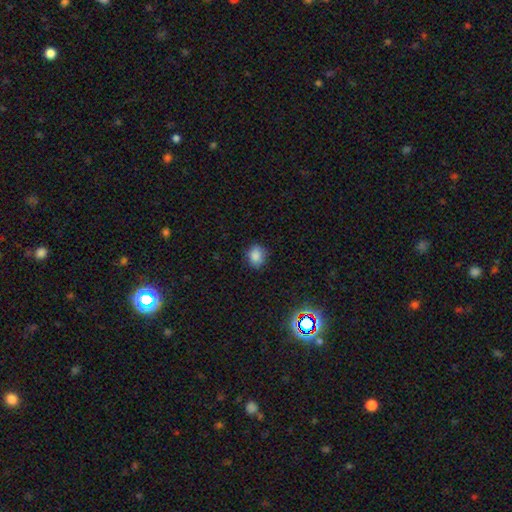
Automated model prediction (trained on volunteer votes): Smooth or featured? smooth (84%)
How rounded? round (59%)
Merging? none (80%)